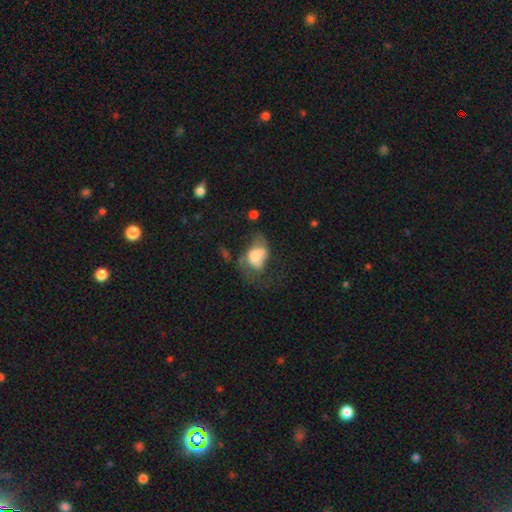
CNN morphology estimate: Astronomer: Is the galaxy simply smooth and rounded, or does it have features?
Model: smooth — 57% (runner-up: featured or disk, 34%).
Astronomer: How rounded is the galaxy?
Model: in between — 79%.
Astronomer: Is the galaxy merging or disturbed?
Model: major disturbance — 51%.